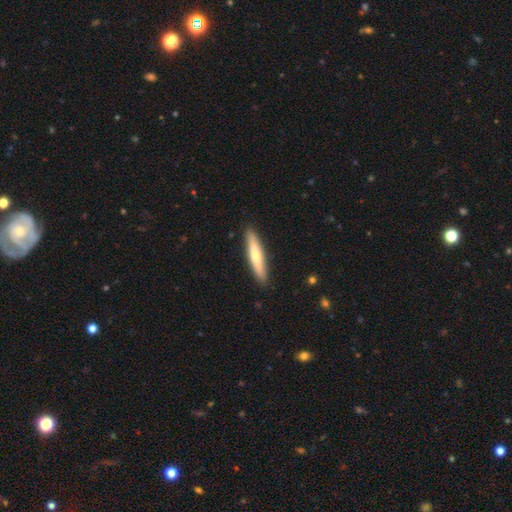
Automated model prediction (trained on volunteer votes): The model was most divided on "smooth or featured": smooth: 55%, featured or disk: 40%, star or artifact: 5%. More confident: merging — none (91%); how rounded — cigar-shaped (89%).